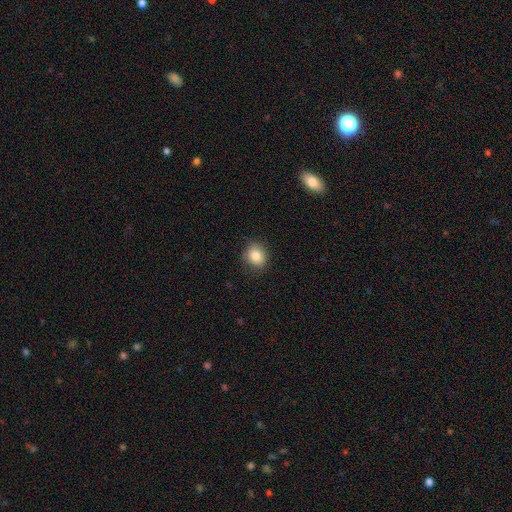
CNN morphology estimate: This is clearly a smooth galaxy (83%). How rounded: likely round (70%). Merging: clearly none (85%).